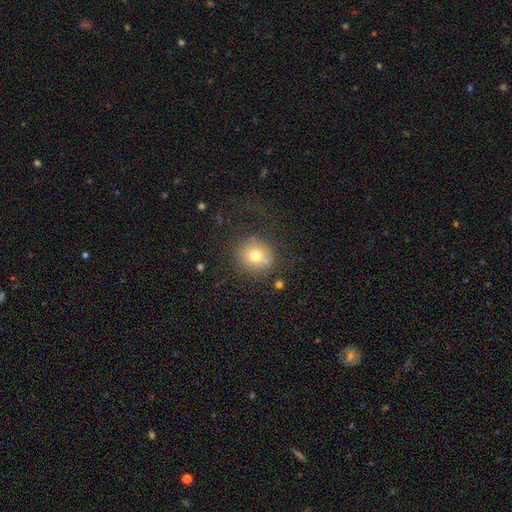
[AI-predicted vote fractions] smooth-or-featured: smooth: 70% | featured or disk: 17% | star or artifact: 13%
  how-rounded: round: 90% | in between: 9% | cigar-shaped: 1%
  merging: none: 67% | minor disturbance: 14% | major disturbance: 10% | merger: 8%